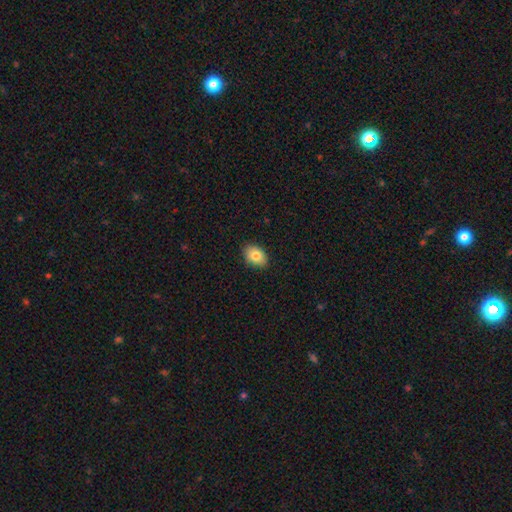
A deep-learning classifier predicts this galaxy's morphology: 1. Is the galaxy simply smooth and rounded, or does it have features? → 82% smooth, 10% featured or disk, 8% star or artifact.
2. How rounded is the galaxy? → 83% in between, 16% round, 1% cigar-shaped.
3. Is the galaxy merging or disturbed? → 87% none, 10% minor disturbance, 2% major disturbance, 1% merger.